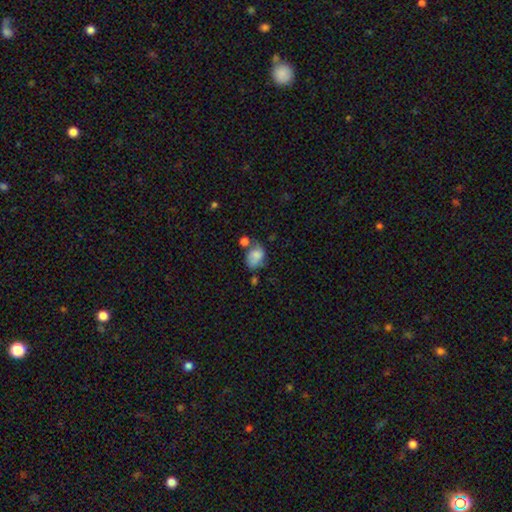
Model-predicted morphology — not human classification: This is likely a smooth galaxy (73%). How rounded: likely in between (74%). Merging: marginally none (36%).